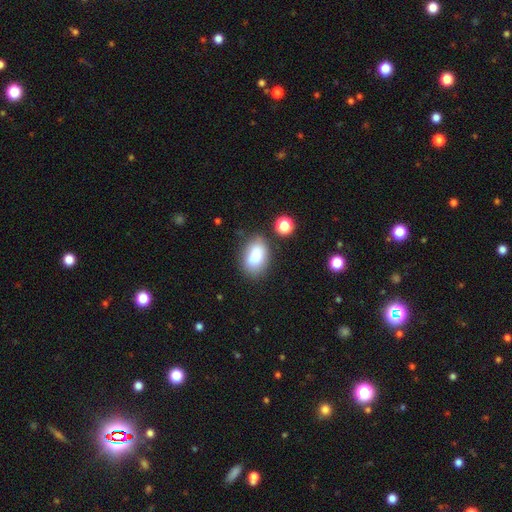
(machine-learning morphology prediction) The model was most divided on "merging": none: 72%, minor disturbance: 17%, merger: 6%, major disturbance: 5%. More confident: how rounded — in between (86%); smooth or featured — smooth (82%).